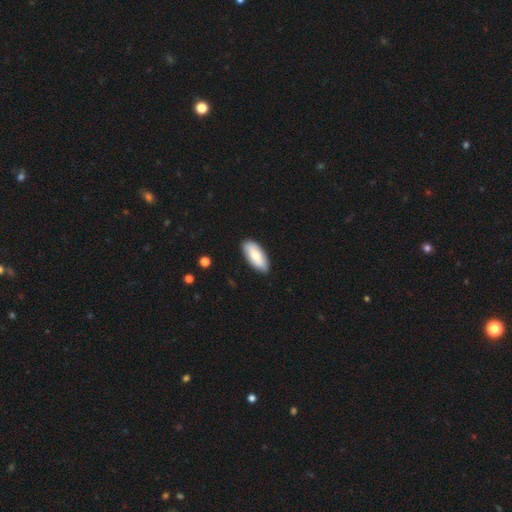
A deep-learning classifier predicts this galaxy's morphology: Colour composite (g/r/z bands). It shows a smooth galaxy with no disk features (77%) that is in between round and cigar-shaped (88%). Merging: none (87%).